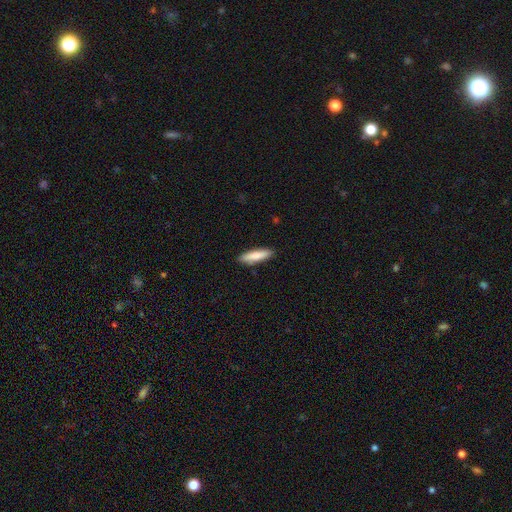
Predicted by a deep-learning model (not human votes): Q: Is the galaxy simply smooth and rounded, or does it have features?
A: smooth — 82%.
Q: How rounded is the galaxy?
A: cigar-shaped — 74%.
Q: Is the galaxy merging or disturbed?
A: none — 87%.